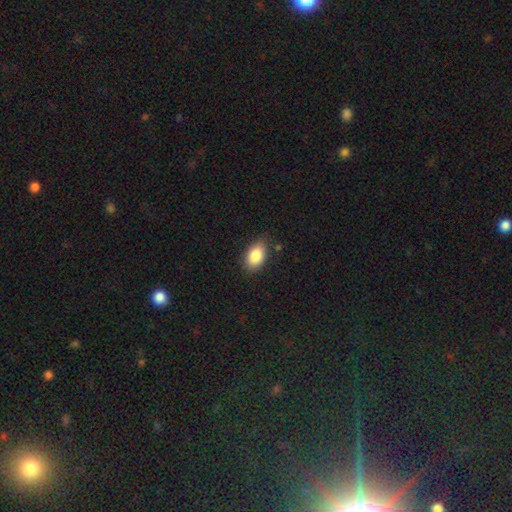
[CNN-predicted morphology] A smooth galaxy with no disk features (86%) that is in between round and cigar-shaped (90%).

Vote fractions:
- Smooth or featured? smooth: 86% / star or artifact: 8% / featured or disk: 6%
- How rounded? in between: 90% / round: 9% / cigar-shaped: 2%
- Merging? none: 80% / minor disturbance: 16% / major disturbance: 3% / merger: 2%